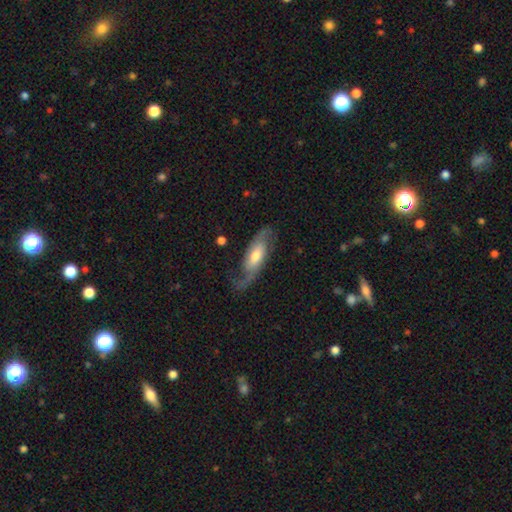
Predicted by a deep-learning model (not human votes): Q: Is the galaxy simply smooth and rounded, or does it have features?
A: featured or disk — 81%.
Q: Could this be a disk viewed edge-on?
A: no — 90%.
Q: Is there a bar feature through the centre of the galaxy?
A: no — 43%.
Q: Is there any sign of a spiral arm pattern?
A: yes — 95%.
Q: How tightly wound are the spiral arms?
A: loose — 44%.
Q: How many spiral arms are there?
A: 2 — 88%.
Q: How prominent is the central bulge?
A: moderate — 62%.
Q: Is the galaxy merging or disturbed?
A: none — 72%.